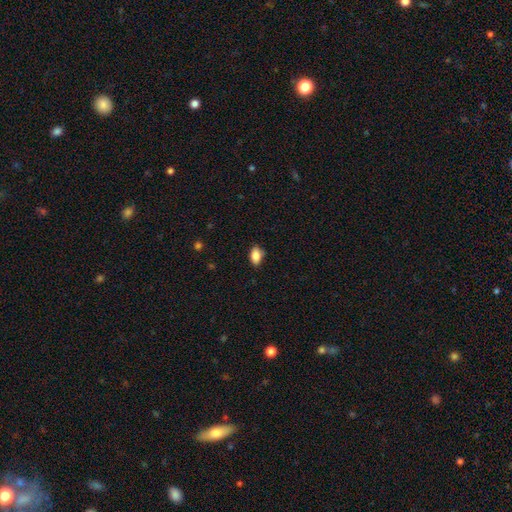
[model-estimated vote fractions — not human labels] smooth_or_featured: smooth (p=0.86) [alt: star or artifact p=0.08]
how_rounded: in between (p=0.88) [alt: round p=0.10]
merging: none (p=0.82) [alt: minor disturbance p=0.15]